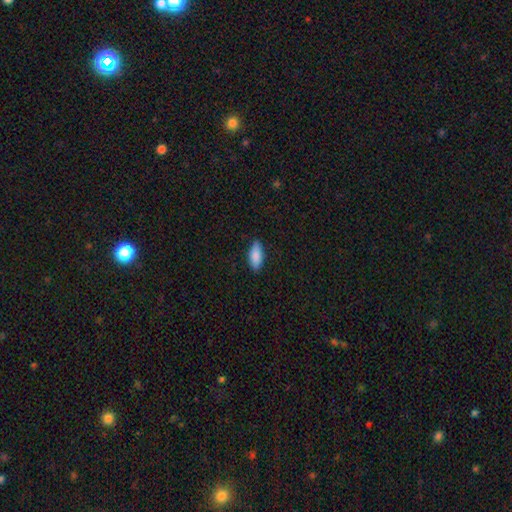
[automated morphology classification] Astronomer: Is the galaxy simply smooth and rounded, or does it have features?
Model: smooth — 85%.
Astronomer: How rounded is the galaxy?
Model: in between — 82%.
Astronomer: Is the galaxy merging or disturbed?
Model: none — 84%.